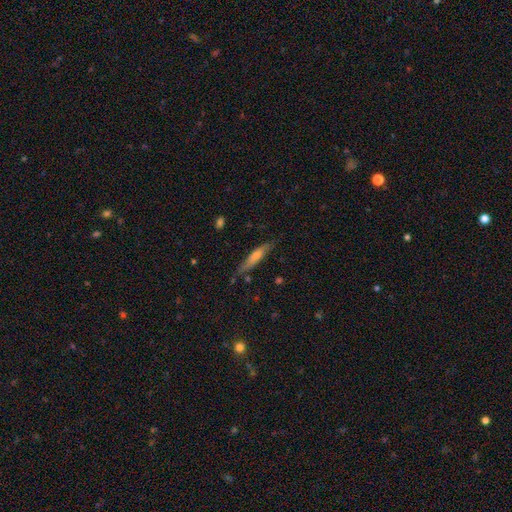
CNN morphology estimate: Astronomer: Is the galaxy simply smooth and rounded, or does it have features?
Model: smooth — 51% (runner-up: featured or disk, 42%).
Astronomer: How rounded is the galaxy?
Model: cigar-shaped — 89%.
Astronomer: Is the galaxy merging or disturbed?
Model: none — 80%.